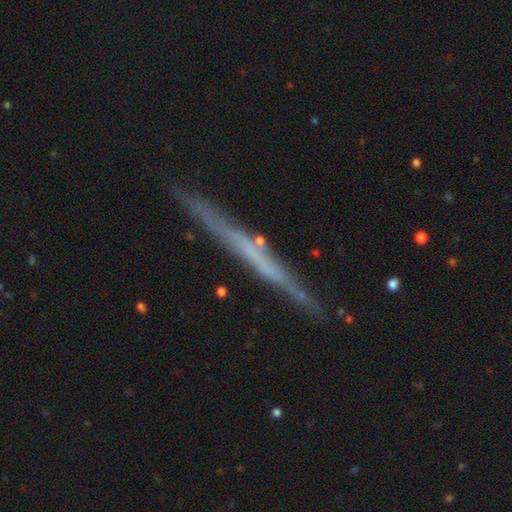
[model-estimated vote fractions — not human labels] Smooth or featured? featured or disk (64%)
Edge-on disk? yes (96%)
Edge-on bulge? none (89%)
Merging? none (87%)